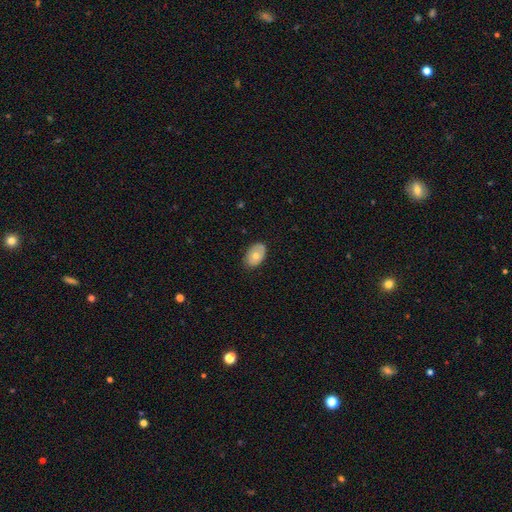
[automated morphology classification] smooth-or-featured: smooth: 64% | featured or disk: 28% | star or artifact: 7%
  how-rounded: in between: 85% | round: 14% | cigar-shaped: 1%
  merging: none: 81% | minor disturbance: 15% | major disturbance: 3% | merger: 1%